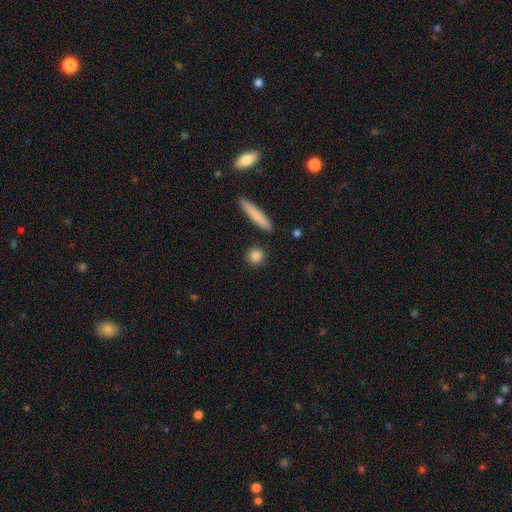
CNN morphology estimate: A smooth galaxy with no disk features (84%) that is round (79%). Merging: none (89%).